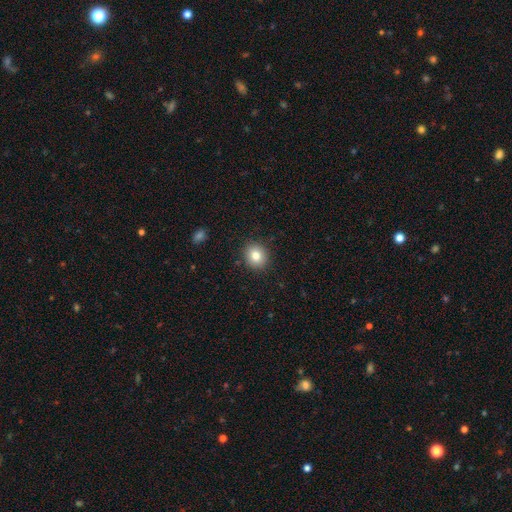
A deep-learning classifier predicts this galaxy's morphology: Smooth or featured?
  - smooth: 81% *
  - star or artifact: 10%
  - featured or disk: 9%
How rounded?
  - round: 77% *
  - in between: 22%
  - cigar-shaped: 1%
Merging?
  - none: 90% *
  - minor disturbance: 7%
  - major disturbance: 2%
  - merger: 1%